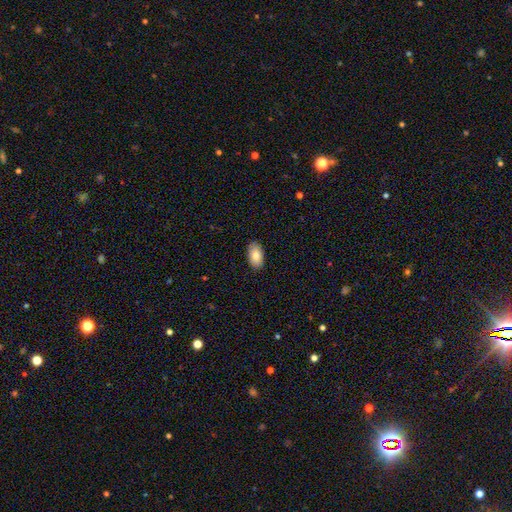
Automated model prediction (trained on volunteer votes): smooth_or_featured: smooth (p=0.84) [alt: featured or disk p=0.09]
how_rounded: in between (p=0.95) [alt: round p=0.03]
merging: none (p=0.89) [alt: minor disturbance p=0.08]